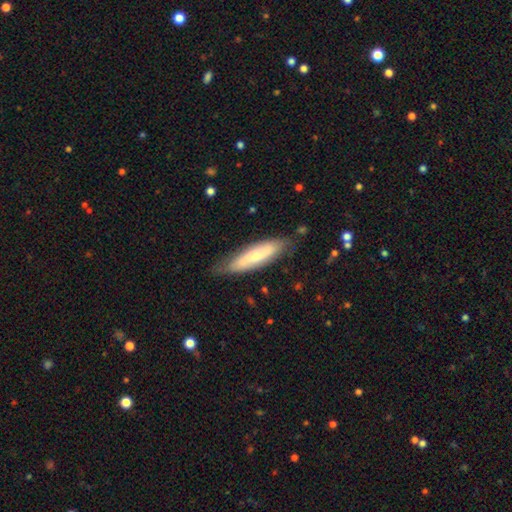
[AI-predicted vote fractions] Smooth or featured? smooth (57%)
How rounded? cigar-shaped (65%)
Merging? none (75%)